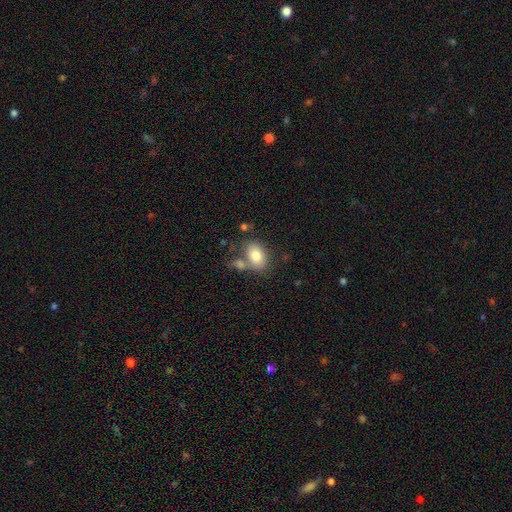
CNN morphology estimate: Smooth or featured?
  - smooth: 81% *
  - featured or disk: 12%
  - star or artifact: 8%
How rounded?
  - in between: 84% *
  - round: 15%
  - cigar-shaped: 1%
Merging?
  - none: 53% *
  - merger: 27%
  - minor disturbance: 14%
  - major disturbance: 6%